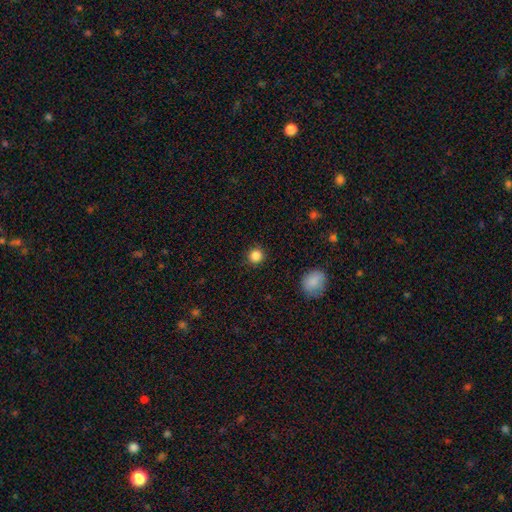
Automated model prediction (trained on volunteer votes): This is clearly a smooth galaxy (86%). How rounded: clearly round (93%). Merging: clearly none (91%).